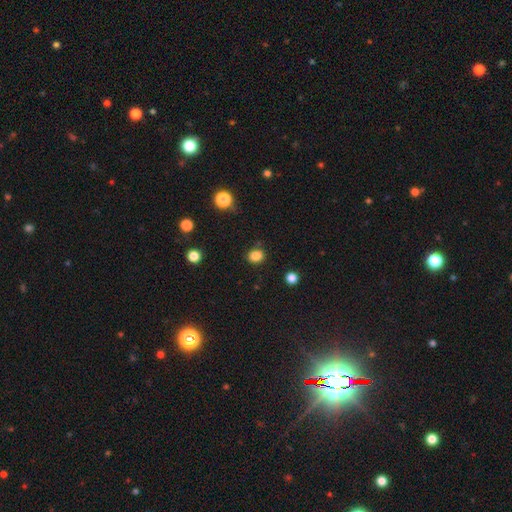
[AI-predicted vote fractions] Q: Smooth or featured?
A: smooth (84%); runner-up: star or artifact (12%)
Q: How rounded?
A: round (56%); runner-up: in between (43%)
Q: Merging?
A: none (83%); runner-up: minor disturbance (11%)